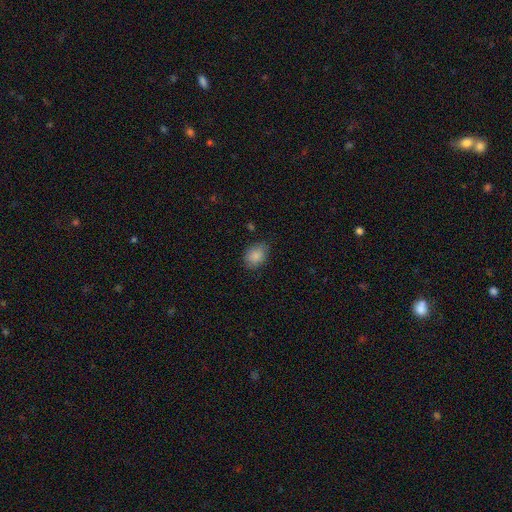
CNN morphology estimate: This appears to be a smooth galaxy with no disk features (87%) that is in between round and cigar-shaped (64%). Merging: none (77%).